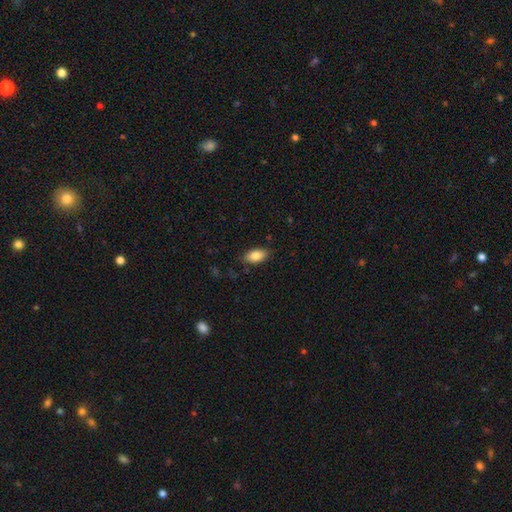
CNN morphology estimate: Smooth or featured? smooth (84%)
How rounded? in between (91%)
Merging? none (84%)